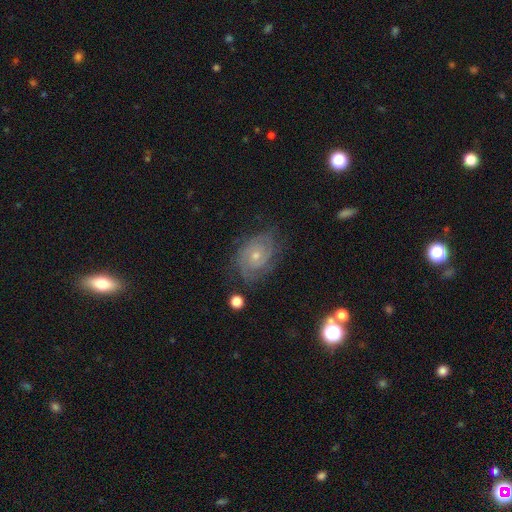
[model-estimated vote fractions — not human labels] Overall: featured or disk (79%). Edge-on disk: no (97%). Bar: no (78%). Spiral arms: yes (93%). Spiral arm count: can't tell (36%; 2 29%). Spiral winding: tight (68%). Bulge size: small (58%; moderate 38%). Merging: none (71%).